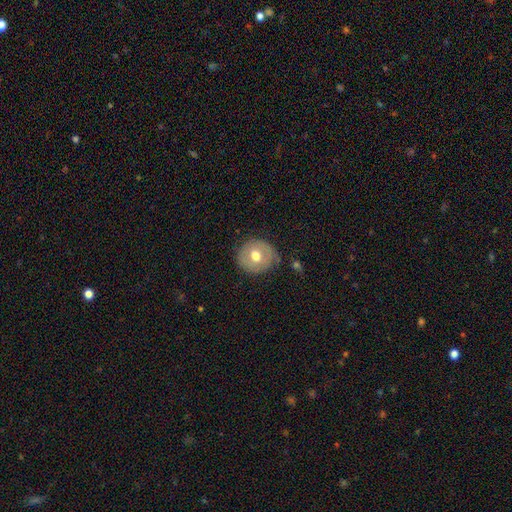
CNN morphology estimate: Smooth or featured? smooth (59%)
How rounded? round (85%)
Merging? none (74%)